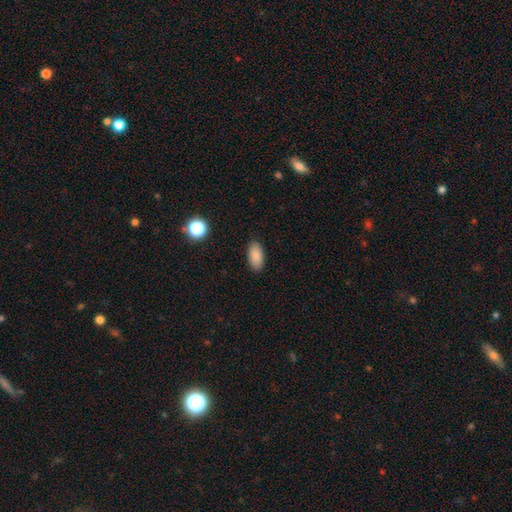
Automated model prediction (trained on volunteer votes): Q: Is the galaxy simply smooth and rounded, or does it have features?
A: smooth — 88%.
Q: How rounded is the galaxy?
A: in between — 92%.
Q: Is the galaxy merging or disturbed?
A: none — 89%.